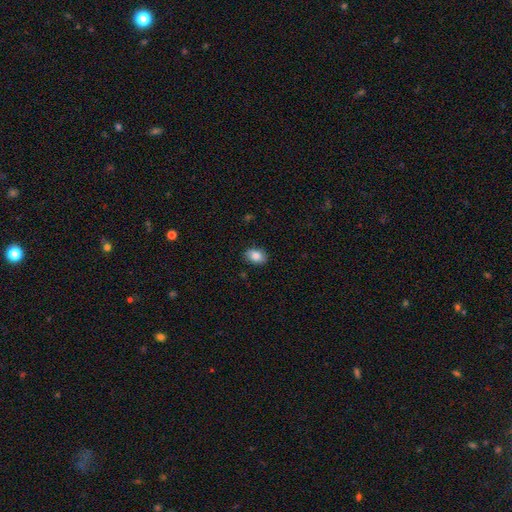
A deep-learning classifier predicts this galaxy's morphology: Q: Smooth or featured?
A: smooth (82%); runner-up: featured or disk (11%)
Q: How rounded?
A: in between (79%); runner-up: round (19%)
Q: Merging?
A: none (81%); runner-up: minor disturbance (15%)